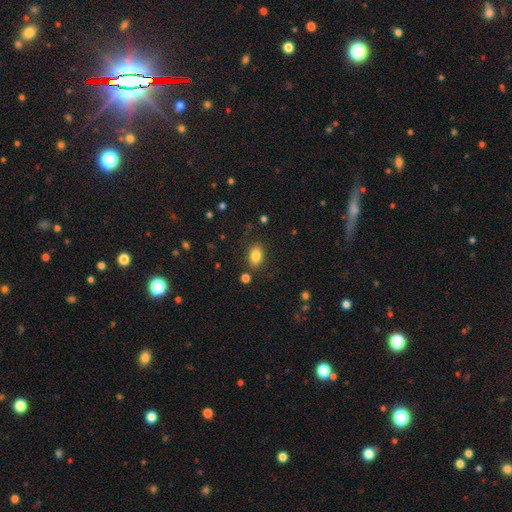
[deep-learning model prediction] Overall: smooth (84%). How rounded: in between (82%). Merging: none (82%).